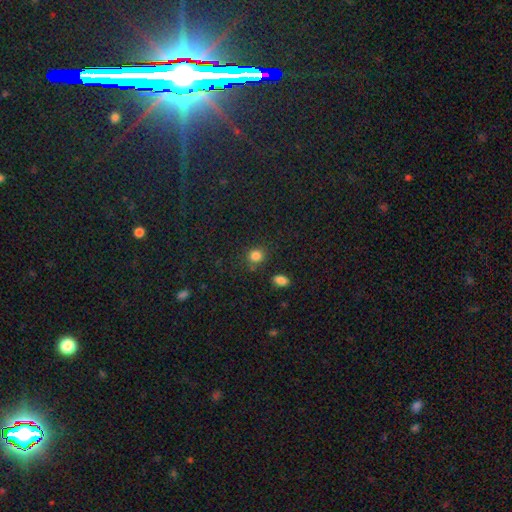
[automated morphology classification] Overall: smooth (83%). How rounded: round (82%). Merging: none (79%).